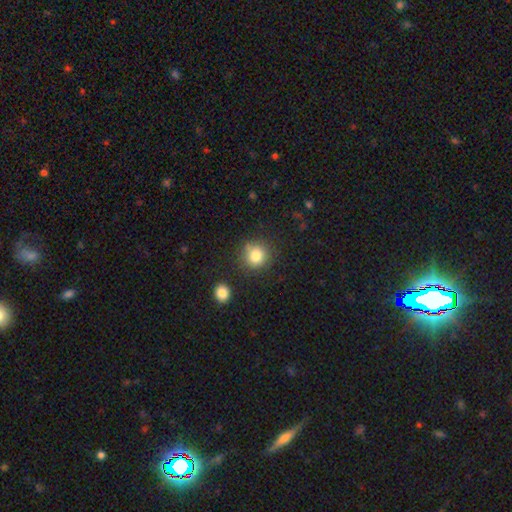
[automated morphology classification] This appears to be a smooth galaxy with no disk features (82%) that is round (89%). Merging: none (81%).